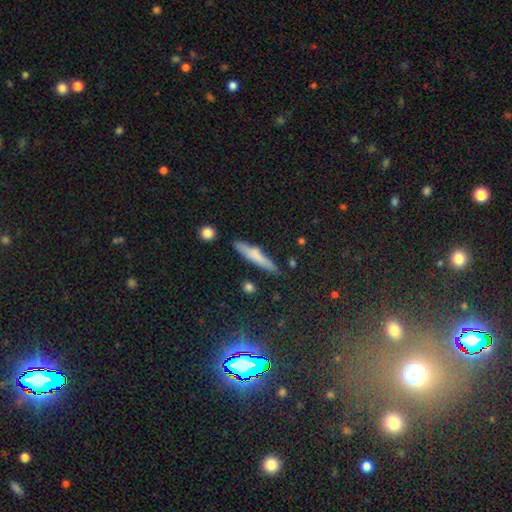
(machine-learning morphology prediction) Smooth or featured?
  - smooth: 66% *
  - featured or disk: 26%
  - star or artifact: 8%
How rounded?
  - cigar-shaped: 89% *
  - in between: 9%
  - round: 2%
Merging?
  - none: 80% *
  - minor disturbance: 14%
  - merger: 4%
  - major disturbance: 3%